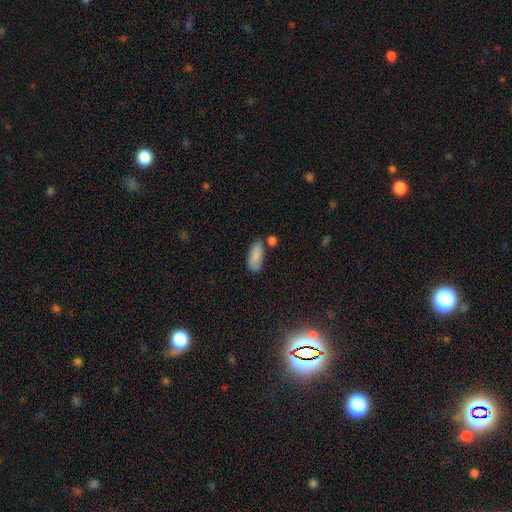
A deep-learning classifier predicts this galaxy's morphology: type=smooth (85%); roundness=in between (87%); merging=none (64%).